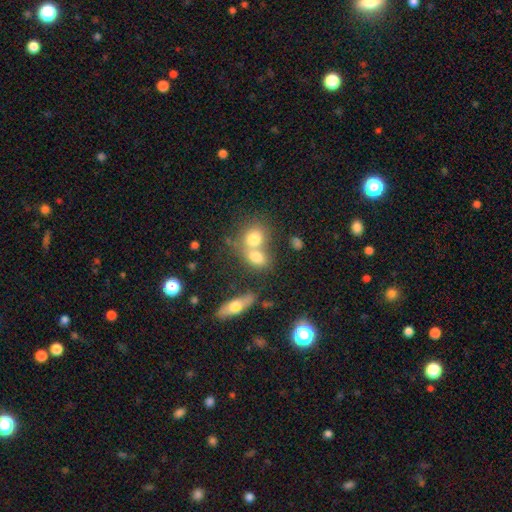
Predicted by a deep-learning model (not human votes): Overall: smooth (70%). How rounded: round (57%; in between 41%). Merging: merger (53%; none 35%).